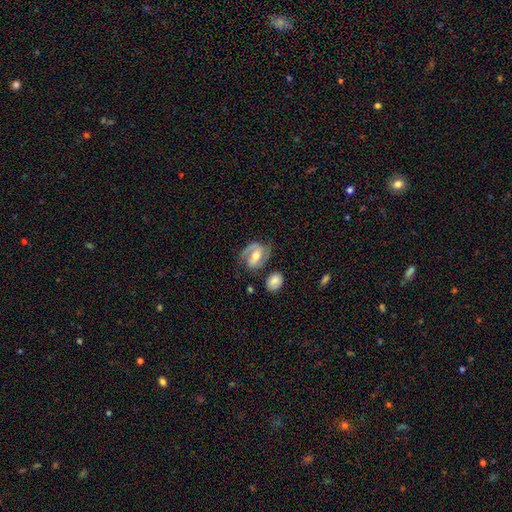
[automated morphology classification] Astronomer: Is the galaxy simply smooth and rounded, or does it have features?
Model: featured or disk — 76%.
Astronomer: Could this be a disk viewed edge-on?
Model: no — 96%.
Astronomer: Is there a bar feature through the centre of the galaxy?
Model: weak — 39% (runner-up: strong, 38%).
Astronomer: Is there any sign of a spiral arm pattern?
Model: yes — 90%.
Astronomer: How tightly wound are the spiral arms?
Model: medium — 50% (runner-up: tight, 30%).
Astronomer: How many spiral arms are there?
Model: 2 — 81%.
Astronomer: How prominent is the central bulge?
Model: moderate — 68%.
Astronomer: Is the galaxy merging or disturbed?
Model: none — 68%.